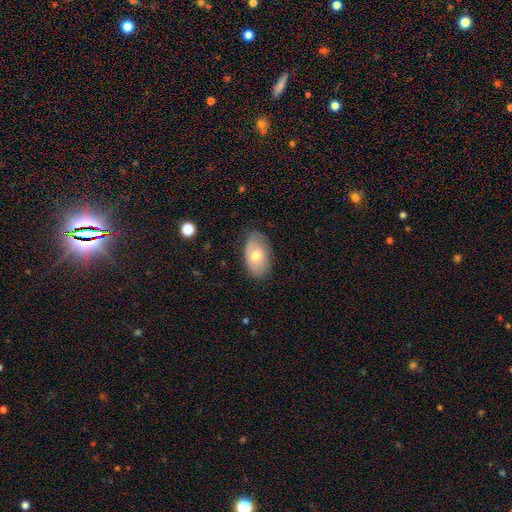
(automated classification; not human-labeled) This appears to be a smooth galaxy with no disk features (68%) that is in between round and cigar-shaped (92%). Merging: none (76%).